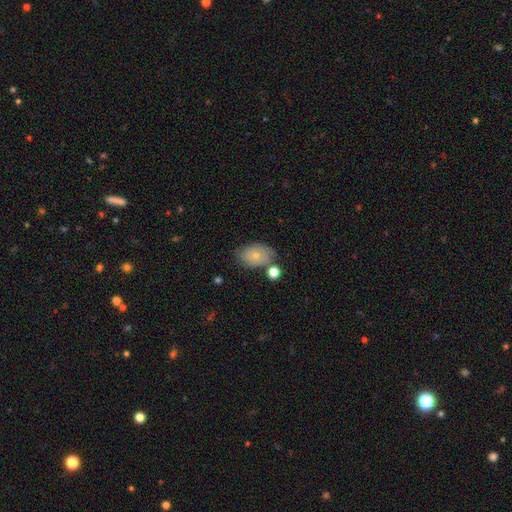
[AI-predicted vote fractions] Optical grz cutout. It shows a smooth galaxy with no disk features (67%) that is in between round and cigar-shaped (75%). Merging: none (59%).